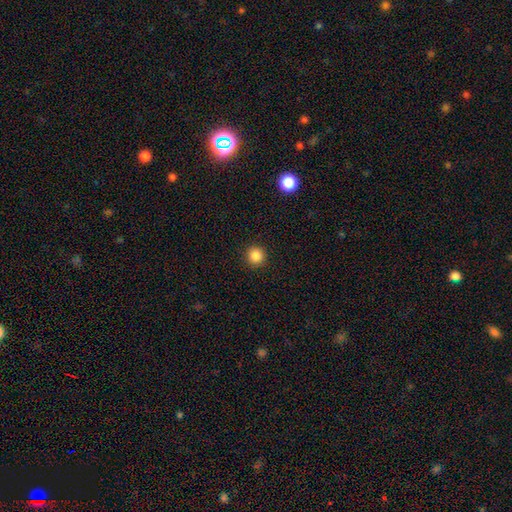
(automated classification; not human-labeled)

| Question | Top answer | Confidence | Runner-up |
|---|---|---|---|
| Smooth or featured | smooth | 86% | star or artifact (11%) |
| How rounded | round | 95% | in between (4%) |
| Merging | none | 92% | minor disturbance (5%) |